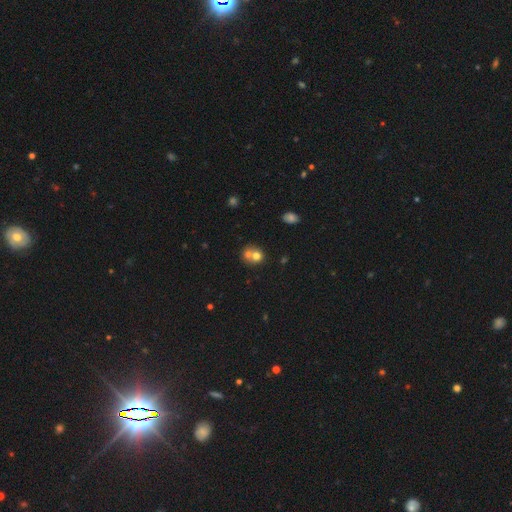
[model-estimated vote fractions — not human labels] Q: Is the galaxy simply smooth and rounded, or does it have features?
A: smooth — 69%.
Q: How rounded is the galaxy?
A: round — 74%.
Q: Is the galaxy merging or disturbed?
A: merger — 58%.